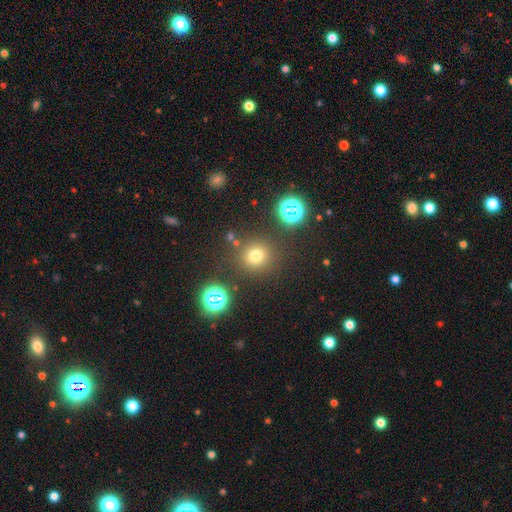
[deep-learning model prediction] smooth-or-featured: smooth: 69% | star or artifact: 24% | featured or disk: 7%
  how-rounded: round: 91% | in between: 8% | cigar-shaped: 1%
  merging: none: 84% | minor disturbance: 8% | merger: 5% | major disturbance: 4%